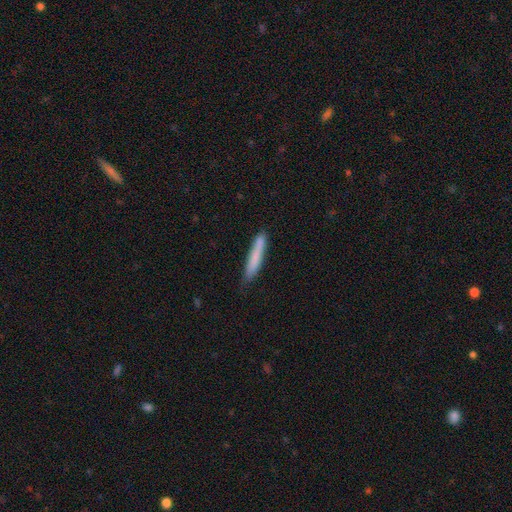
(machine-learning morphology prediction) Overall: smooth (78%). How rounded: cigar-shaped (93%). Merging: none (76%).